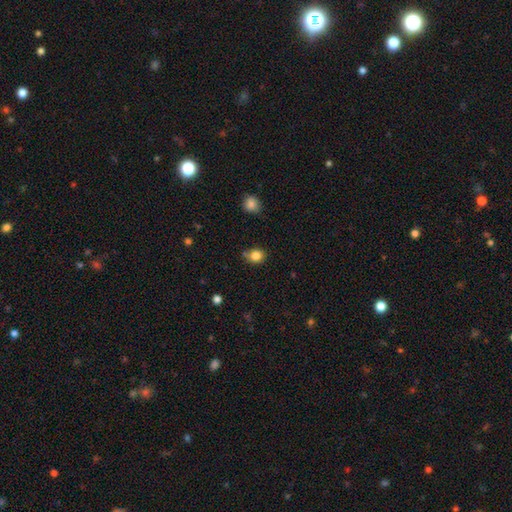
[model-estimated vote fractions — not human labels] Smooth or featured? smooth (82%)
How rounded? round (76%)
Merging? none (68%)